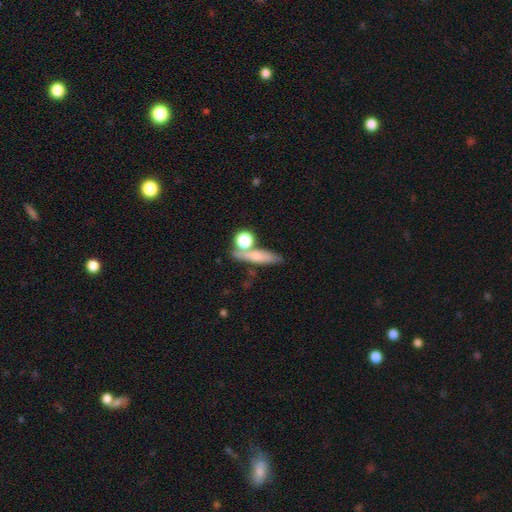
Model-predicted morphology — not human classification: This is likely a smooth galaxy (65%). How rounded: likely cigar-shaped (61%). Merging: likely none (63%).